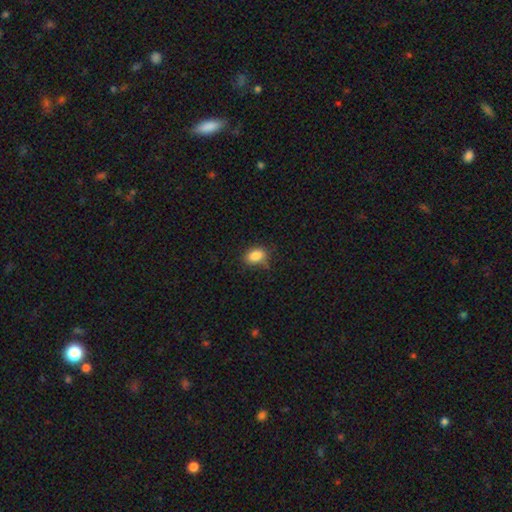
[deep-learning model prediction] Overall: smooth (84%). How rounded: in between (77%). Merging: none (70%).